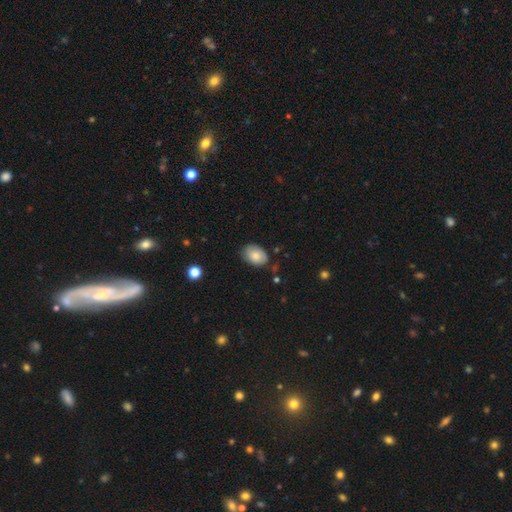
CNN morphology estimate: Overall: smooth (81%). How rounded: in between (81%). Merging: none (75%).